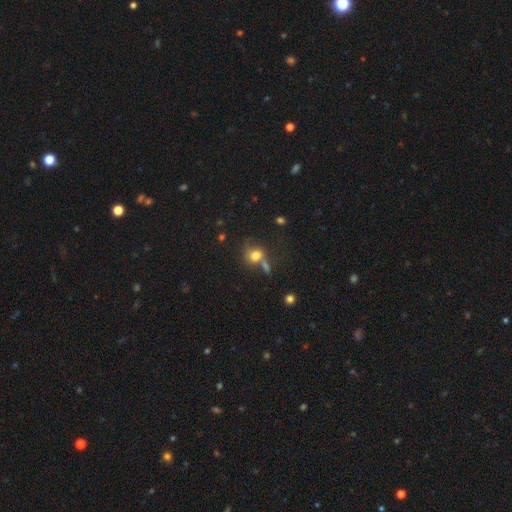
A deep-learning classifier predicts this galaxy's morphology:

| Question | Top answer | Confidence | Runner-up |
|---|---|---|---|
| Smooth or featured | smooth | 74% | featured or disk (14%) |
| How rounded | round | 69% | in between (29%) |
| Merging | none | 42% | merger (31%) |